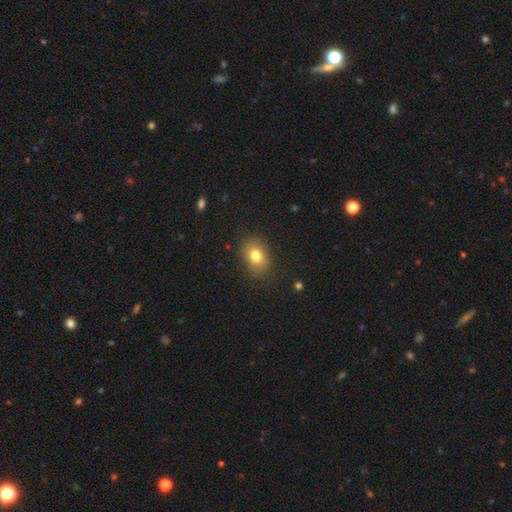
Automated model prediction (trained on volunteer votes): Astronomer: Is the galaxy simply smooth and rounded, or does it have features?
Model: smooth — 78%.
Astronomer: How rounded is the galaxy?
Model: in between — 64%.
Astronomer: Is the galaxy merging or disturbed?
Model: none — 82%.